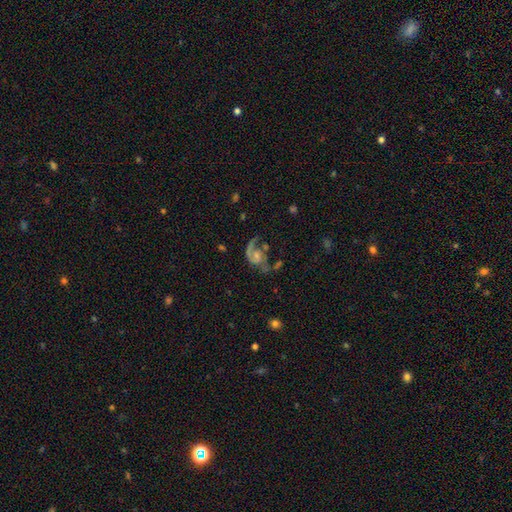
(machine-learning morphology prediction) This appears to be a featured or disk galaxy (79%) with no bar (66%), 2 (63%) medium (46%) spiral arms (91%) and a small central bulge (48%). Merging: none (37%).